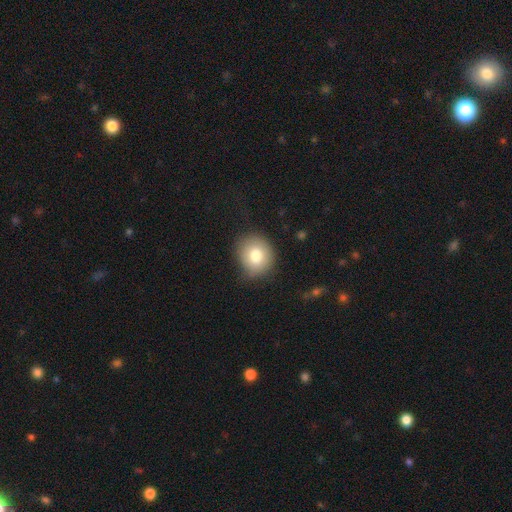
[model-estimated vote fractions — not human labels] Morphology: type=smooth (78%); roundness=round (79%); merging=none (75%).